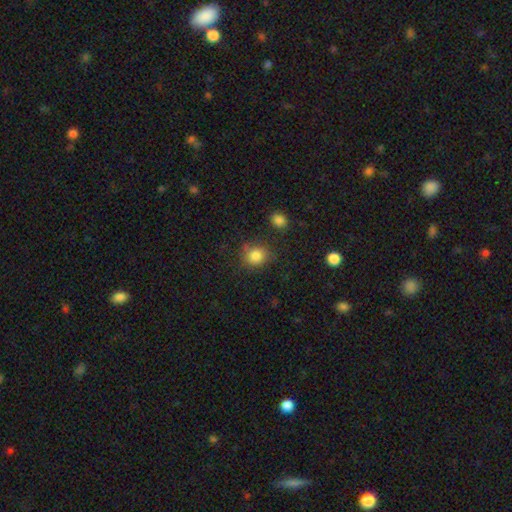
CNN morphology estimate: Smooth or featured?
  - smooth: 83% *
  - star or artifact: 11%
  - featured or disk: 6%
How rounded?
  - round: 77% *
  - in between: 22%
  - cigar-shaped: 1%
Merging?
  - none: 76% *
  - minor disturbance: 15%
  - merger: 5%
  - major disturbance: 4%